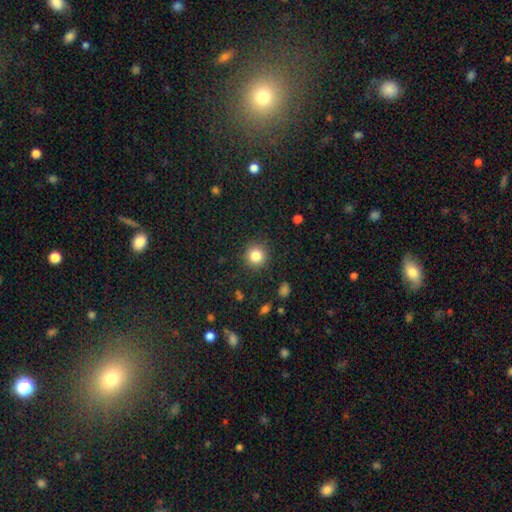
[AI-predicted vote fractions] Smooth or featured? Predicted: smooth (p=0.83). How rounded? Predicted: round (p=0.93). Merging? Predicted: none (p=0.90).